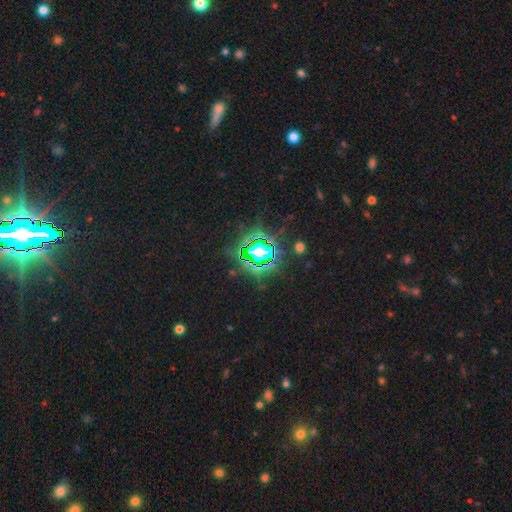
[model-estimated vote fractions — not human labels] A star or artifact, not a galaxy (80%).